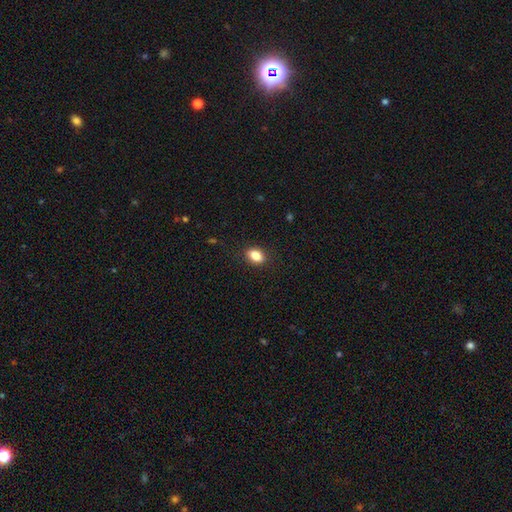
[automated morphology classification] The model was most divided on "how rounded": in between: 79%, round: 20%, cigar-shaped: 2%. More confident: merging — none (88%); smooth or featured — smooth (86%).